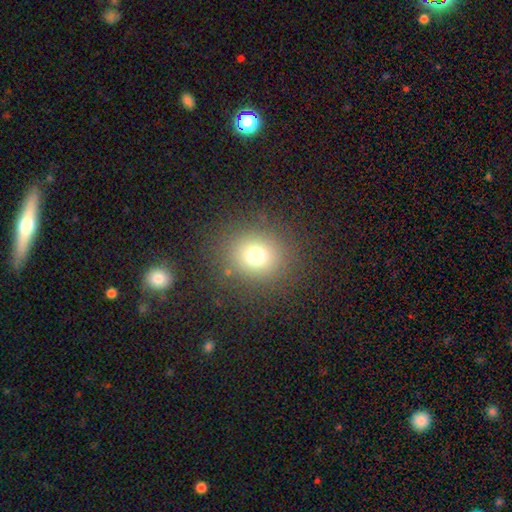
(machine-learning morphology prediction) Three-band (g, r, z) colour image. It shows a smooth galaxy with no disk features (73%) that is round (84%). Merging: none (86%).